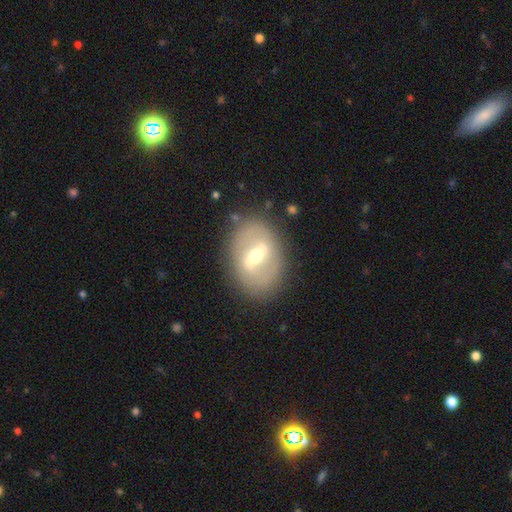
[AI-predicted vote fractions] featured or disk 73%, smooth 21%, star or artifact 7%. Down the decision tree: edge-on disk — no (90%); bar — strong (59%); spiral arms — no (65%); bulge size — moderate (60%); merging — none (83%).